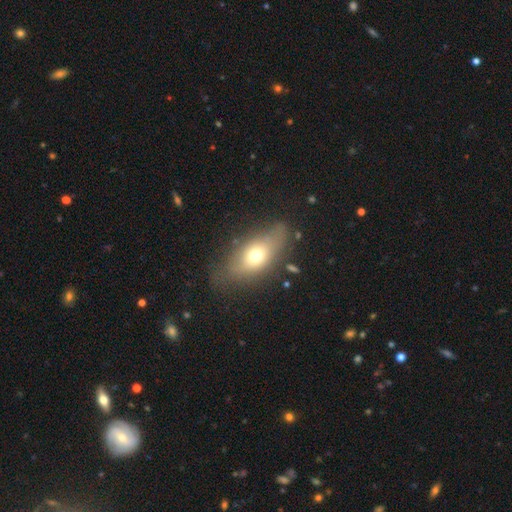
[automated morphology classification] This appears to be a smooth galaxy with no disk features (62%) that is in between round and cigar-shaped (78%). Merging: none (63%).